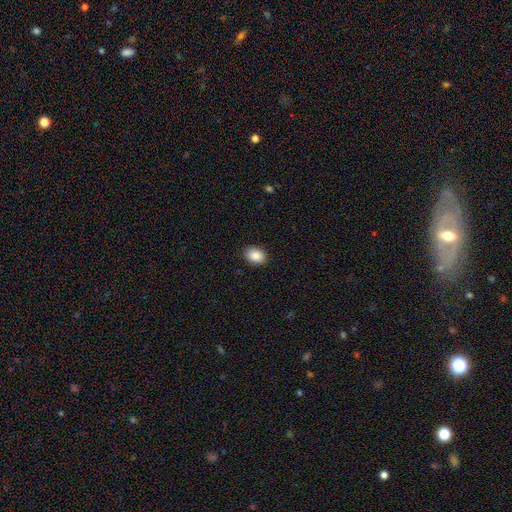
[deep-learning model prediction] A smooth galaxy with no disk features (88%) that is in between round and cigar-shaped (68%). Merging: none (90%).